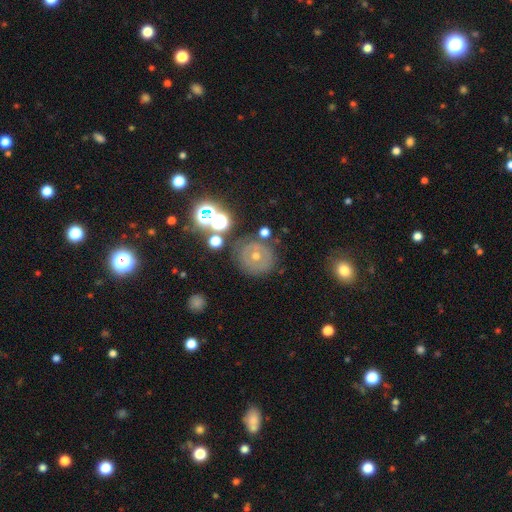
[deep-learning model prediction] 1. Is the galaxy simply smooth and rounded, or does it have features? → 44% featured or disk, 39% smooth, 17% star or artifact.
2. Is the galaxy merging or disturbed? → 77% none, 13% minor disturbance, 6% major disturbance, 4% merger.